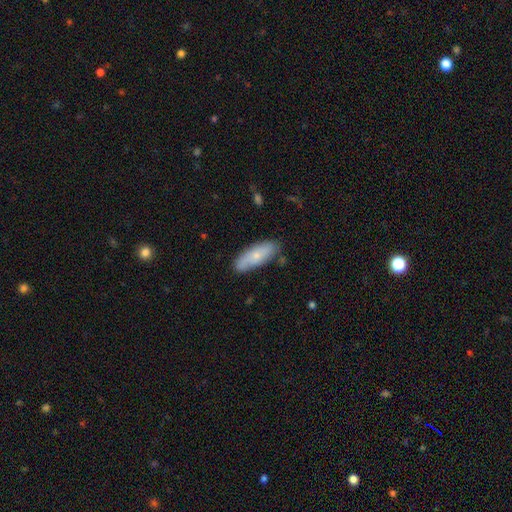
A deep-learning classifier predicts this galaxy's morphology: A smooth galaxy with no disk features (62%) that is in between round and cigar-shaped (70%).

Vote fractions:
- Smooth or featured? smooth: 62% / featured or disk: 32% / star or artifact: 6%
- How rounded? in between: 70% / cigar-shaped: 28% / round: 2%
- Merging? none: 75% / minor disturbance: 19% / major disturbance: 4% / merger: 2%